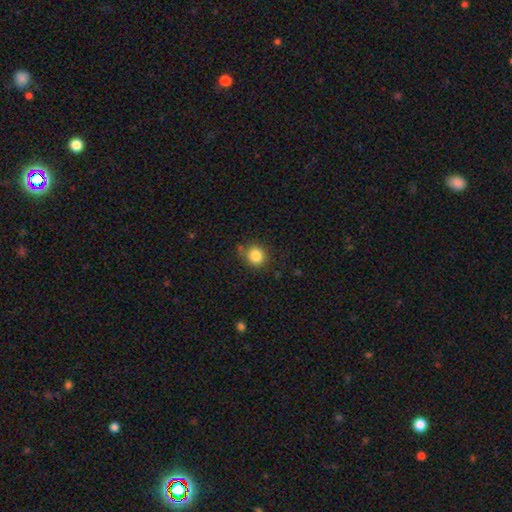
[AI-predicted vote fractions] Morphology: type=smooth (84%); roundness=round (84%); merging=none (76%).